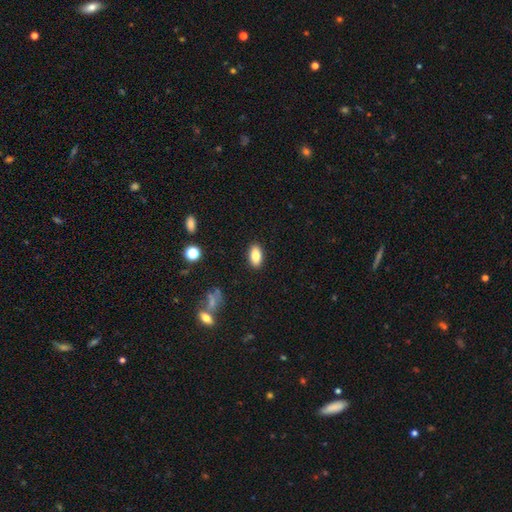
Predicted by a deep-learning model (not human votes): Smooth or featured?
  - smooth: 83% *
  - featured or disk: 9%
  - star or artifact: 8%
How rounded?
  - in between: 90% *
  - cigar-shaped: 5%
  - round: 4%
Merging?
  - none: 89% *
  - minor disturbance: 8%
  - major disturbance: 2%
  - merger: 1%